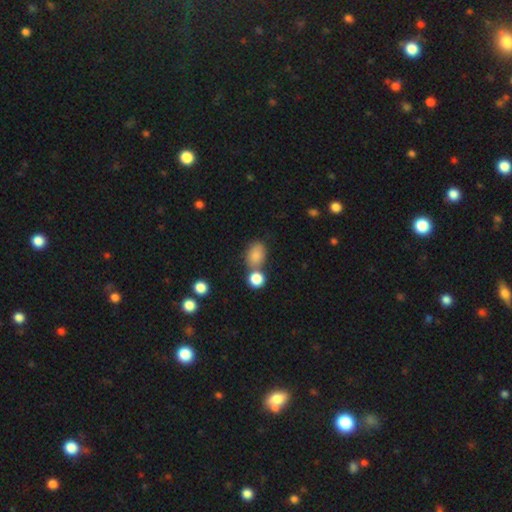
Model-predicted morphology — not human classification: A smooth galaxy with no disk features (83%) that is in between round and cigar-shaped (72%). Merging: none (55%).